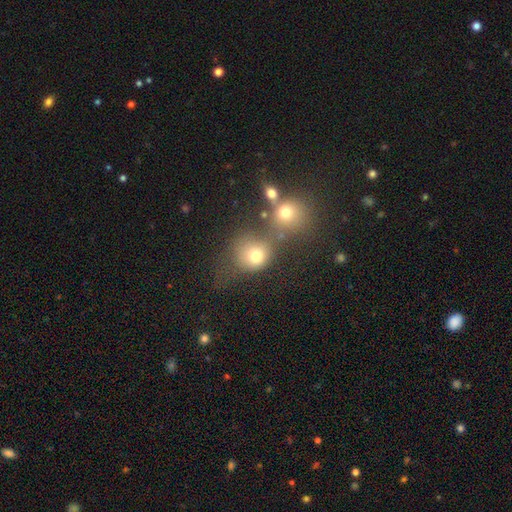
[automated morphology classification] The model was most divided on "merging": none: 42%, merger: 37%, minor disturbance: 12%, major disturbance: 9%. More confident: how rounded — round (79%); smooth or featured — smooth (73%).